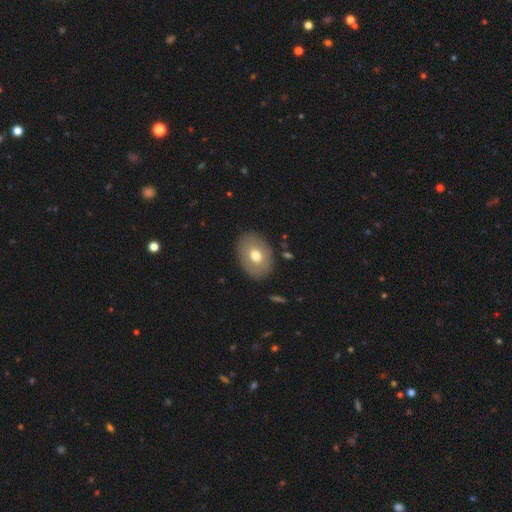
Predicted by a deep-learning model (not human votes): Smooth or featured? smooth (64%)
How rounded? in between (74%)
Merging? none (86%)